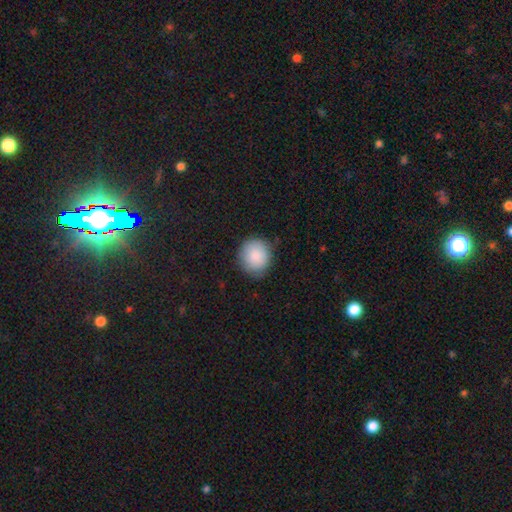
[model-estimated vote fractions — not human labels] Smooth or featured: smooth — 87% (star or artifact — 7%)
How rounded: round — 86% (in between — 13%)
Merging: none — 82% (minor disturbance — 14%)